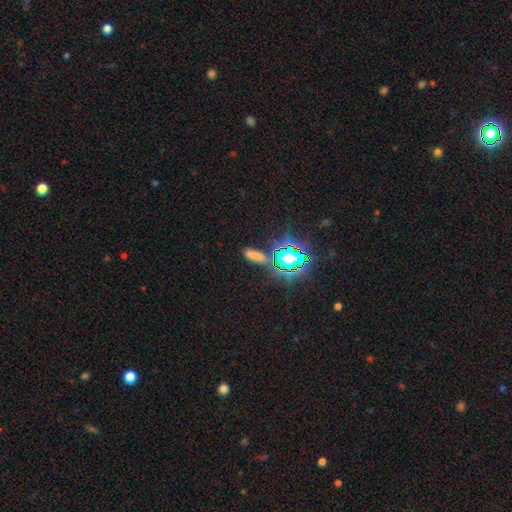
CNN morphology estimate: The model was most divided on "how rounded": in between: 48%, cigar-shaped: 46%, round: 7%. More confident: merging — none (75%); smooth or featured — smooth (57%).